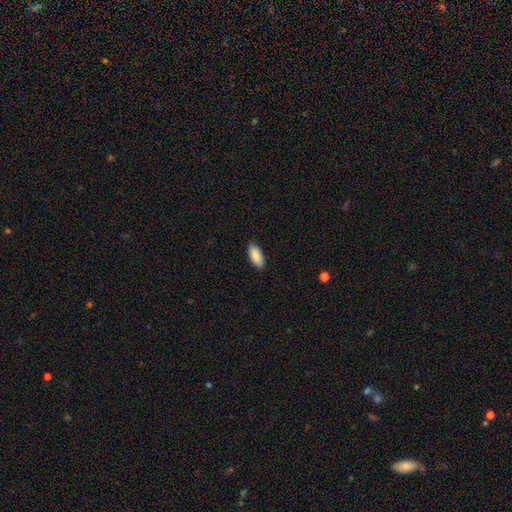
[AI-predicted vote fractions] smooth-or-featured: smooth: 89% | star or artifact: 6% | featured or disk: 5%
  how-rounded: in between: 87% | cigar-shaped: 11% | round: 2%
  merging: none: 88% | minor disturbance: 9% | major disturbance: 2% | merger: 1%